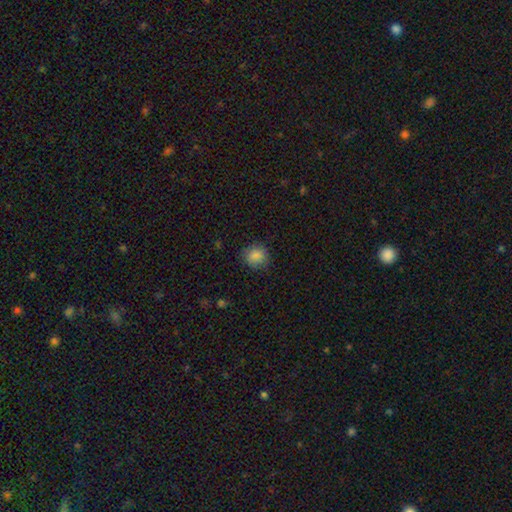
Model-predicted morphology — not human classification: This appears to be a smooth galaxy with no disk features (86%) that is round (85%). Merging: none (84%).